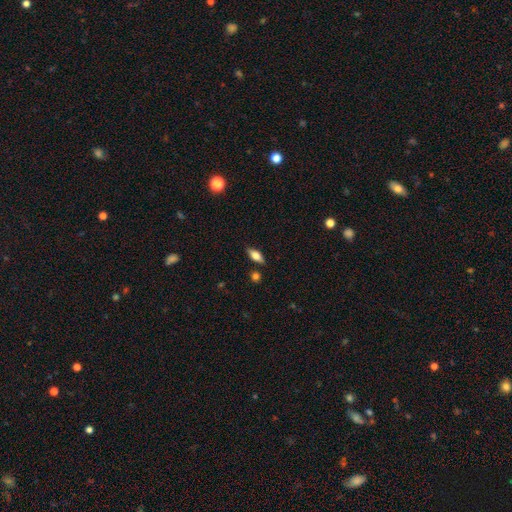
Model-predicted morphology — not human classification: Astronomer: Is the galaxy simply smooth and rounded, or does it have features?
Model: smooth — 61%.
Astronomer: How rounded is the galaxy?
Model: in between — 74%.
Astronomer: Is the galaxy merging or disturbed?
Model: none — 85%.